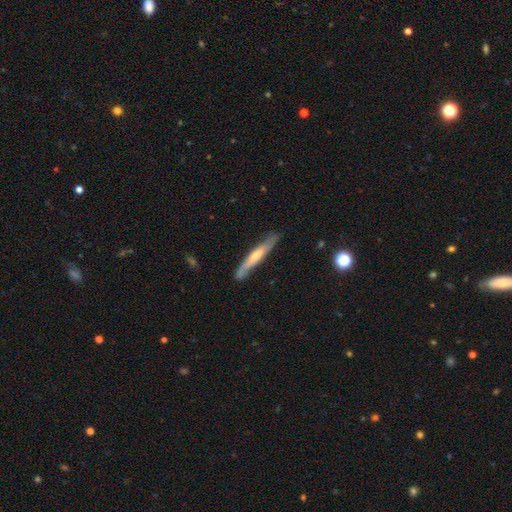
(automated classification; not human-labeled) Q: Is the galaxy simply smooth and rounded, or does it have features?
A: featured or disk — 56%.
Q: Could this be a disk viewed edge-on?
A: yes — 84%.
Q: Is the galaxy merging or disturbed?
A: none — 80%.